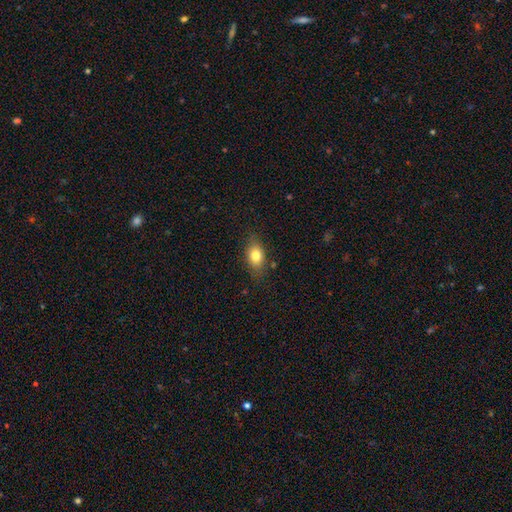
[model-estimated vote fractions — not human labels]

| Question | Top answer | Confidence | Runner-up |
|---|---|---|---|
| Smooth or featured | smooth | 79% | featured or disk (12%) |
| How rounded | in between | 78% | round (18%) |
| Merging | none | 79% | minor disturbance (16%) |